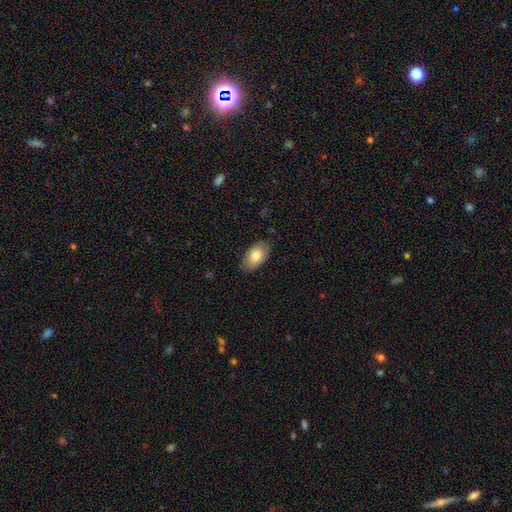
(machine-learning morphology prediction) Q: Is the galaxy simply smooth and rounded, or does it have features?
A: smooth — 77%.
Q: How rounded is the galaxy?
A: in between — 94%.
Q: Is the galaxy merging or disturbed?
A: none — 82%.